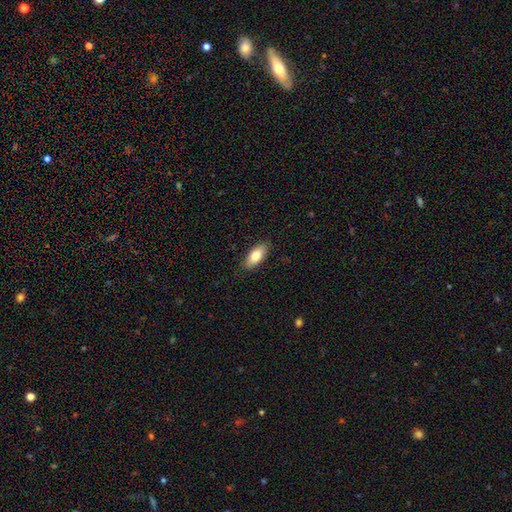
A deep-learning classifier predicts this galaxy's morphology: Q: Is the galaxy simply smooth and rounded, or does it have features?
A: smooth — 80%.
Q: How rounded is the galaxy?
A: in between — 88%.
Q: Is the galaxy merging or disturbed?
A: none — 86%.